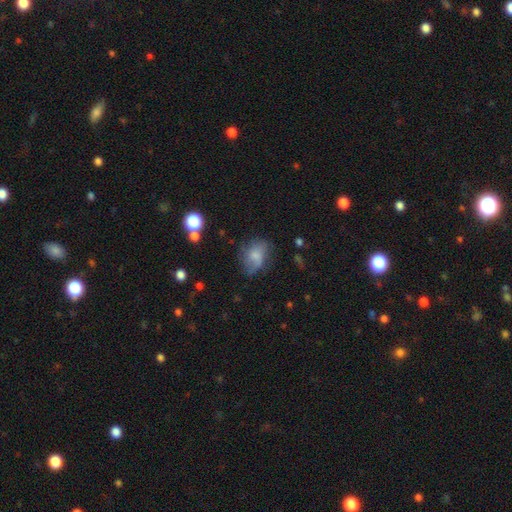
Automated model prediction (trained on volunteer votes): Morphology: type=smooth (64%); roundness=in between (72%); merging=none (45%).